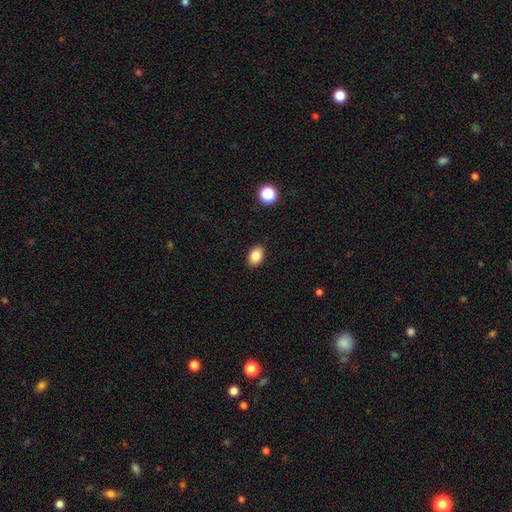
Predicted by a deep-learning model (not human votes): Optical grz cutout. It shows a smooth galaxy with no disk features (84%) that is in between round and cigar-shaped (81%). Merging: none (88%).